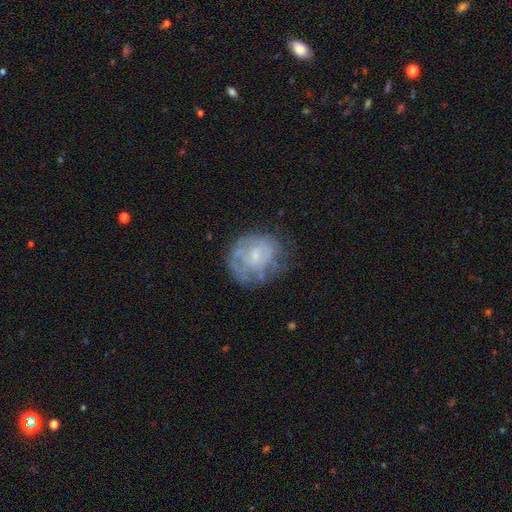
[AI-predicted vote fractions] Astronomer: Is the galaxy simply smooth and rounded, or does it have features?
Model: featured or disk — 60%.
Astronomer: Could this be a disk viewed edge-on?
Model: no — 97%.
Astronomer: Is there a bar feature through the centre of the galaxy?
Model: no — 66%.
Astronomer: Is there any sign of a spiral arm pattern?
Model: no — 54% (runner-up: yes, 46%).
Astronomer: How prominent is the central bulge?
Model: small — 54%.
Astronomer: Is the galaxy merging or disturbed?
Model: none — 59%.